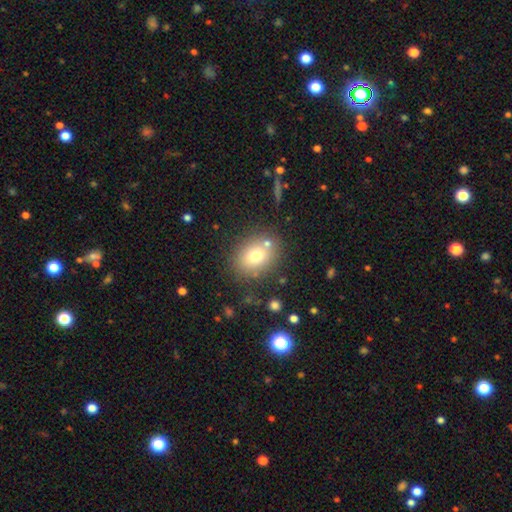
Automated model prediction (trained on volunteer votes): Overall: smooth (72%). How rounded: round (51%; in between 48%). Merging: none (74%).